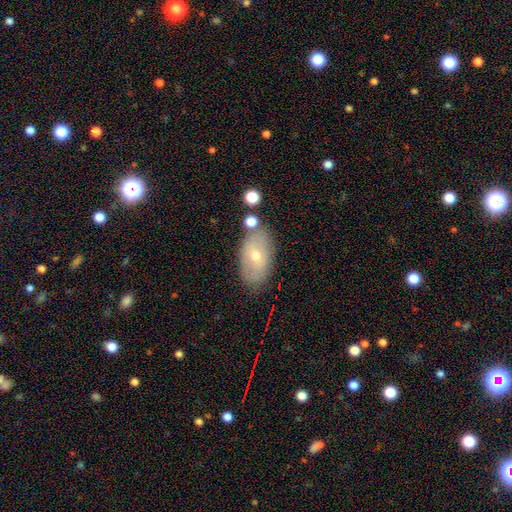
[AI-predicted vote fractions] Smooth or featured? Predicted: smooth (p=0.50). How rounded? Predicted: in between (p=0.90). Merging? Predicted: none (p=0.73).